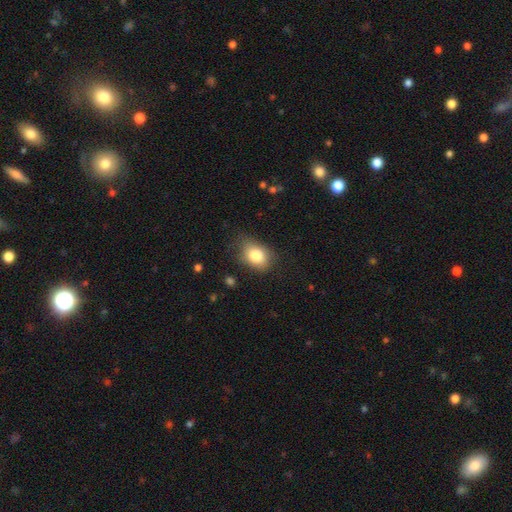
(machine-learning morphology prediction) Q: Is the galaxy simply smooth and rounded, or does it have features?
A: smooth — 80%.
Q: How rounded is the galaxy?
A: in between — 72%.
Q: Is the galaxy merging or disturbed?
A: none — 68%.